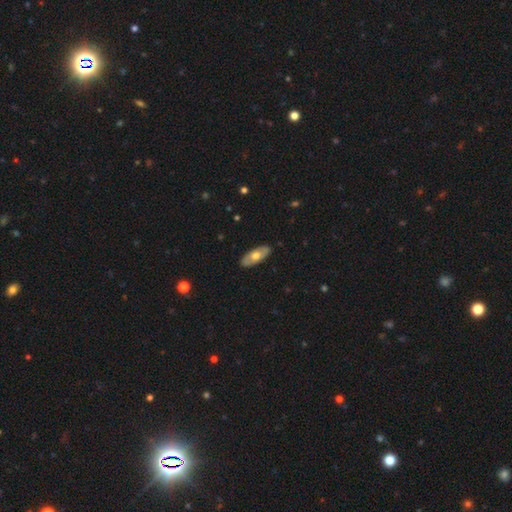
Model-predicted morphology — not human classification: smooth_or_featured: smooth (p=0.53) [alt: featured or disk p=0.42]
how_rounded: in between (p=0.84) [alt: cigar-shaped p=0.12]
merging: none (p=0.89) [alt: minor disturbance p=0.09]